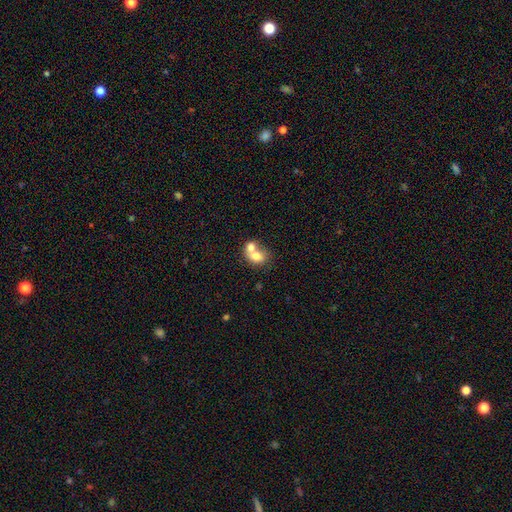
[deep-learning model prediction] Smooth or featured?
  - smooth: 70% *
  - featured or disk: 21%
  - star or artifact: 9%
How rounded?
  - round: 53% *
  - in between: 47%
  - cigar-shaped: 1%
Merging?
  - merger: 68% *
  - none: 22%
  - minor disturbance: 6%
  - major disturbance: 3%